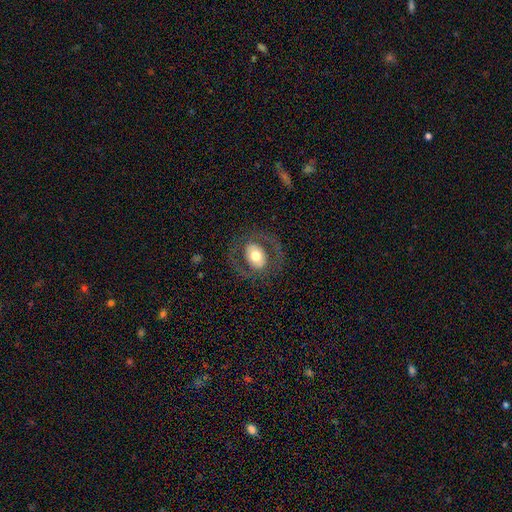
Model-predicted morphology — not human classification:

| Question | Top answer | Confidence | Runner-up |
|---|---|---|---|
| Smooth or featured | featured or disk | 52% | smooth (41%) |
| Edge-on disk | no | 94% | yes (6%) |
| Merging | none | 77% | major disturbance (11%) |